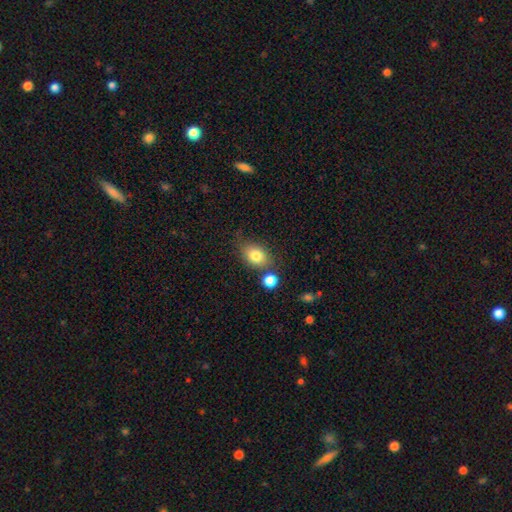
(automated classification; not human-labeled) Overall: smooth (81%). How rounded: in between (71%). Merging: none (66%).